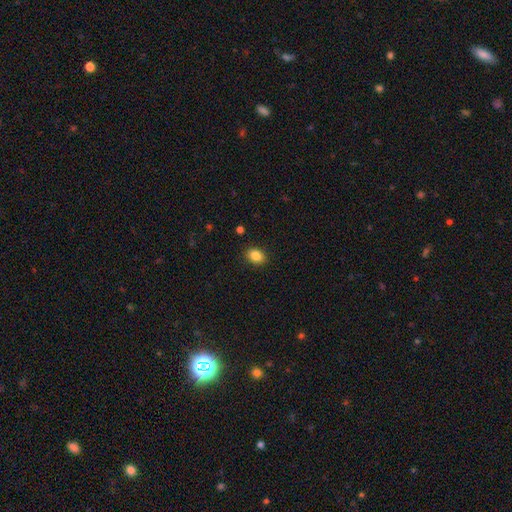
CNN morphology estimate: This appears to be a smooth galaxy with no disk features (85%) that is in between round and cigar-shaped (68%). Merging: none (89%).